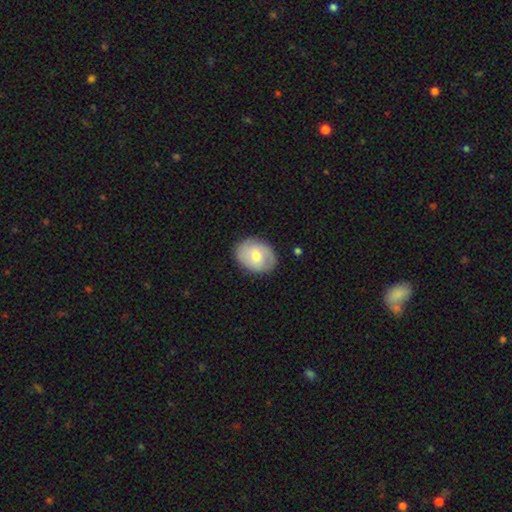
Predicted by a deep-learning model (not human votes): smooth 56%, featured or disk 38%, star or artifact 6%. Down the decision tree: how rounded — in between (63%); merging — none (82%).